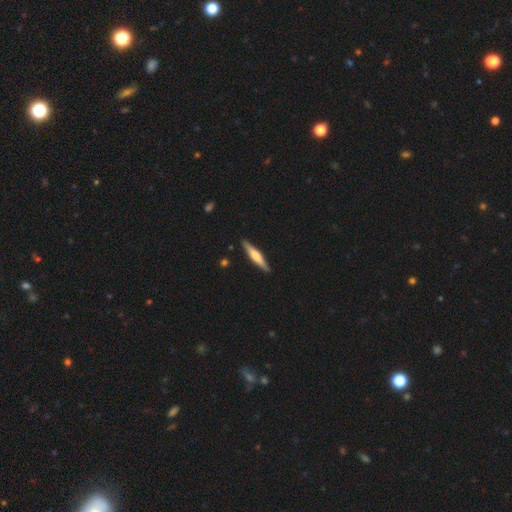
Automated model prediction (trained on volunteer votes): This is possibly a featured or disk galaxy (55%). It is clearly viewed edge-on (96%). Edge-on bulge: likely rounded (76%). Merging: clearly none (90%).